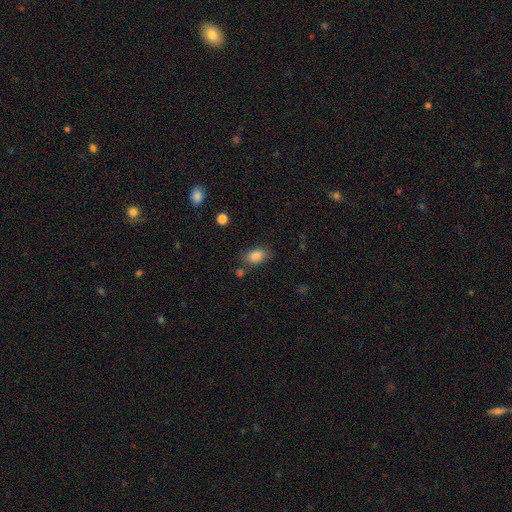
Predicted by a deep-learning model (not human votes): Smooth or featured? Predicted: smooth (p=0.85). How rounded? Predicted: in between (p=0.87). Merging? Predicted: none (p=0.74).